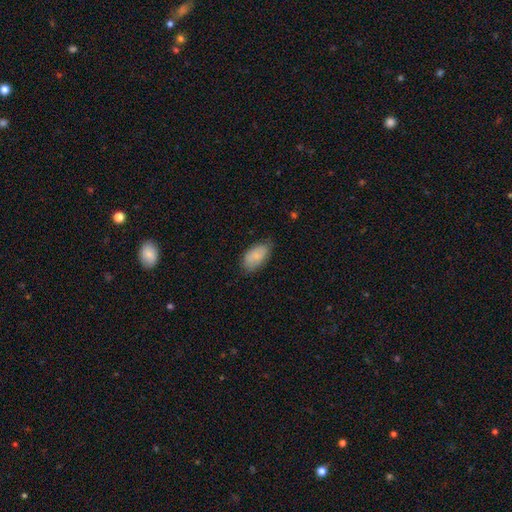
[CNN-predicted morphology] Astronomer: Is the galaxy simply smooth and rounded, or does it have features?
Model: smooth — 81%.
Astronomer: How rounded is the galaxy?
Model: in between — 94%.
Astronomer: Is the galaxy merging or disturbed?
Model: none — 69%.